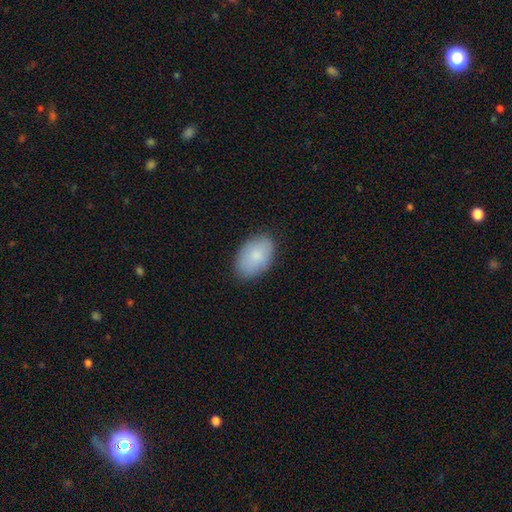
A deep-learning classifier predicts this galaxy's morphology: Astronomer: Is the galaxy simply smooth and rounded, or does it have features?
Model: smooth — 83%.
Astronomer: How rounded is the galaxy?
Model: in between — 90%.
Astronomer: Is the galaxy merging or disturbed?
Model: none — 84%.